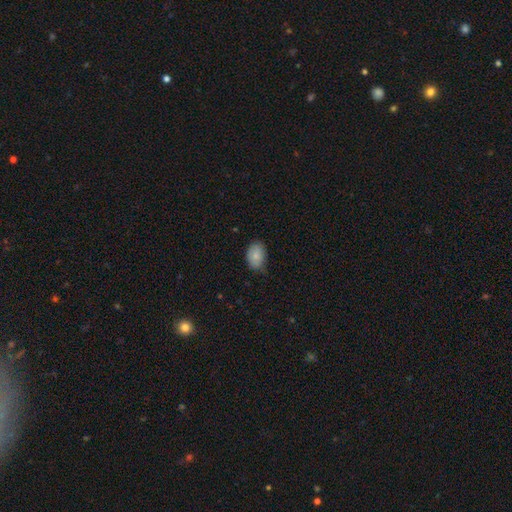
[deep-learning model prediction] Smooth or featured: smooth — 83% (featured or disk — 10%)
How rounded: in between — 84% (round — 14%)
Merging: none — 67% (minor disturbance — 28%)